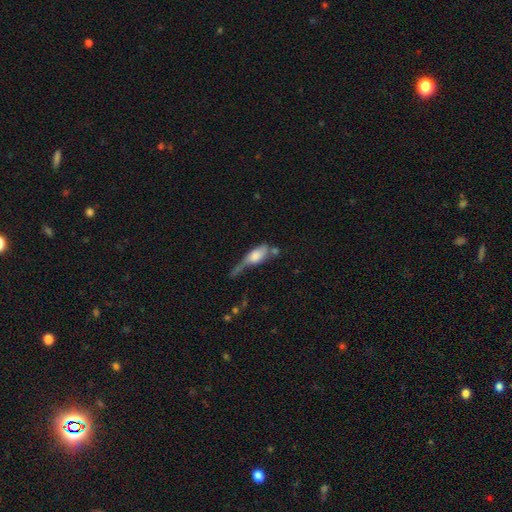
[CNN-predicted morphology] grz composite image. It shows a smooth galaxy with no disk features (61%) that is in between round and cigar-shaped (70%). Merging: major disturbance (34%).